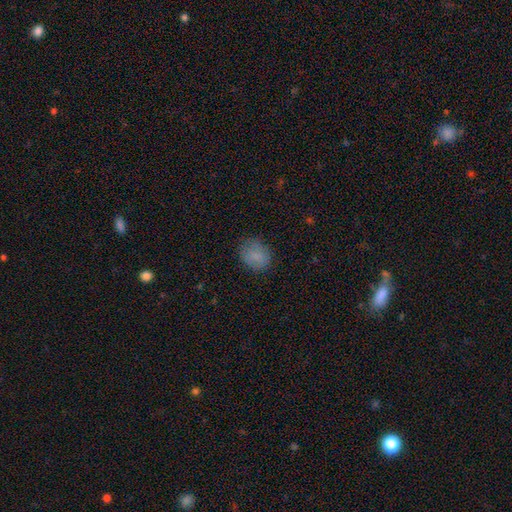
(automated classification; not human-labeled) Smooth or featured: smooth — 83% (star or artifact — 10%)
How rounded: round — 53% (in between — 46%)
Merging: none — 78% (minor disturbance — 16%)